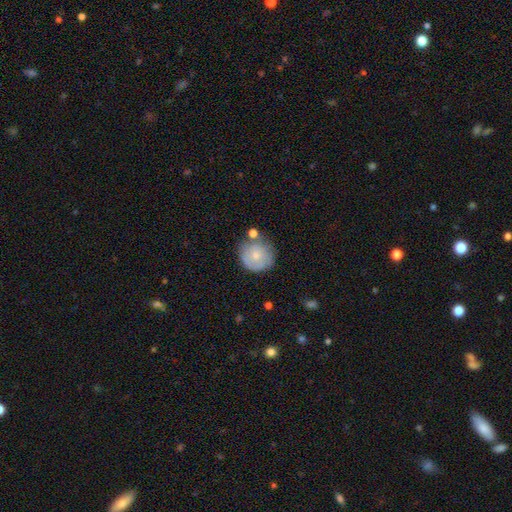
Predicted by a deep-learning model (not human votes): The model was most divided on "smooth or featured": smooth: 64%, featured or disk: 29%, star or artifact: 7%. More confident: how rounded — round (87%); merging — none (59%).